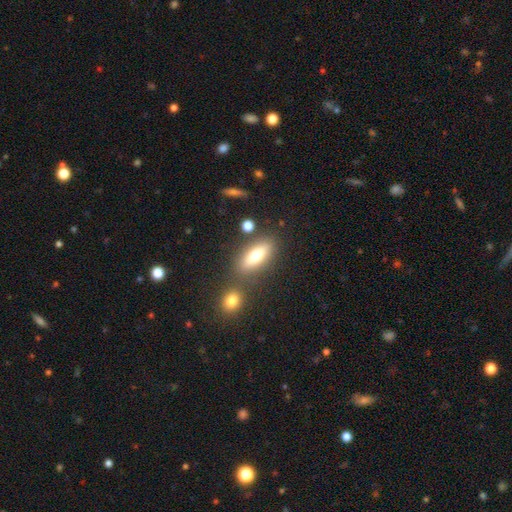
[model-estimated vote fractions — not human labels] Overall: smooth (68%). How rounded: in between (69%). Merging: none (72%).